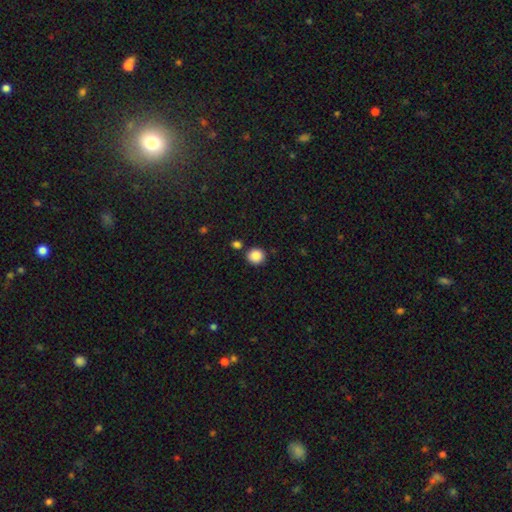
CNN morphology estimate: A smooth galaxy with no disk features (87%) that is round (91%).

Vote fractions:
- Smooth or featured? smooth: 87% / star or artifact: 9% / featured or disk: 3%
- How rounded? round: 91% / in between: 8% / cigar-shaped: 1%
- Merging? none: 84% / minor disturbance: 8% / merger: 6% / major disturbance: 2%